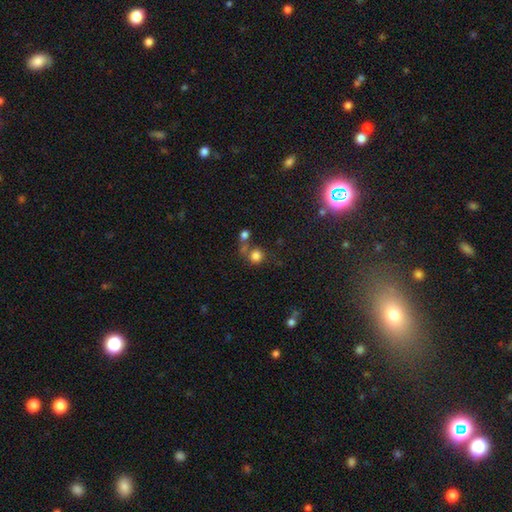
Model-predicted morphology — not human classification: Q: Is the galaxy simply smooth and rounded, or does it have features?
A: smooth — 78%.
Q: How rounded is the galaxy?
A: round — 89%.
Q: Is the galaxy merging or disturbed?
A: none — 58%.